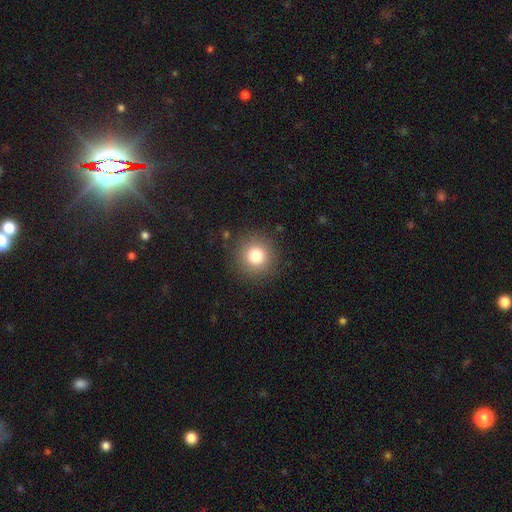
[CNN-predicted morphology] Smooth or featured? smooth (79%)
How rounded? round (94%)
Merging? none (89%)